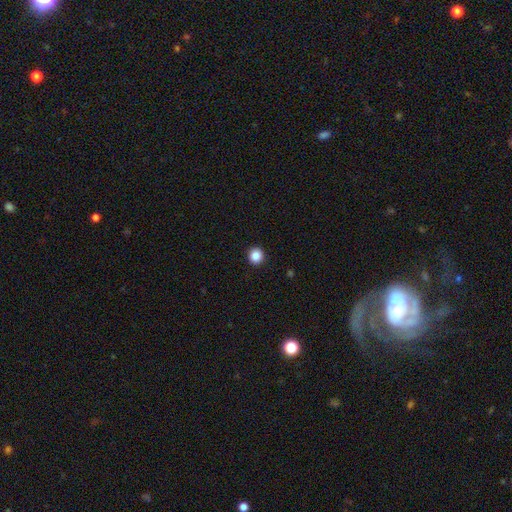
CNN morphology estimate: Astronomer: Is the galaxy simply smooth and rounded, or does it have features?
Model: smooth — 87%.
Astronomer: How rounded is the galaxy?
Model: round — 94%.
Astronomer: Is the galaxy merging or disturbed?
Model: none — 93%.